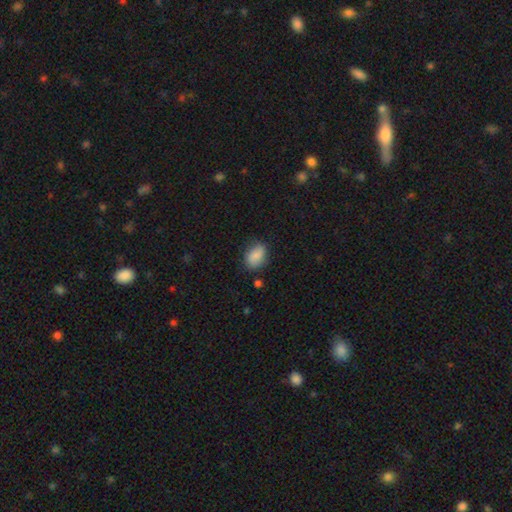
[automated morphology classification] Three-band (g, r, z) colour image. It shows a smooth galaxy with no disk features (81%) that is in between round and cigar-shaped (81%). Merging: none (71%).